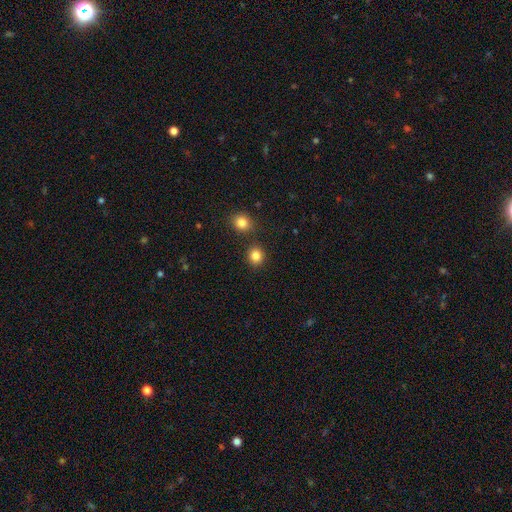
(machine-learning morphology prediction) A smooth galaxy with no disk features (84%) that is round (85%). Merging: none (82%).